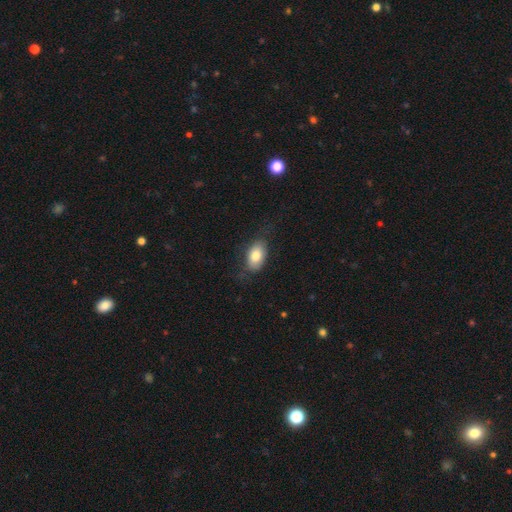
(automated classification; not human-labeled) Morphology: type=smooth (79%); roundness=in between (91%); merging=none (72%).